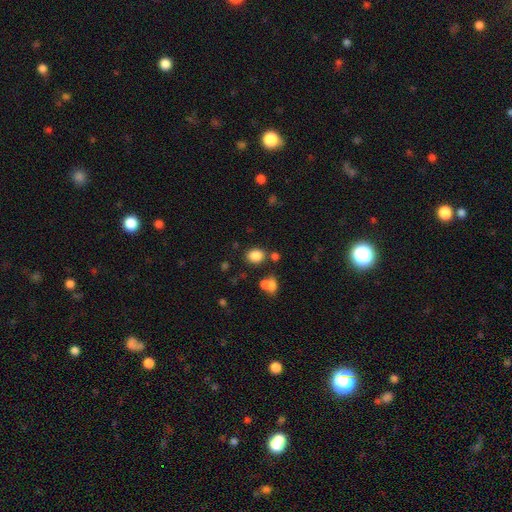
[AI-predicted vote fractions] Smooth or featured?
  - smooth: 84% *
  - star or artifact: 11%
  - featured or disk: 5%
How rounded?
  - in between: 50% *
  - round: 49%
  - cigar-shaped: 1%
Merging?
  - none: 75% *
  - minor disturbance: 11%
  - merger: 10%
  - major disturbance: 4%